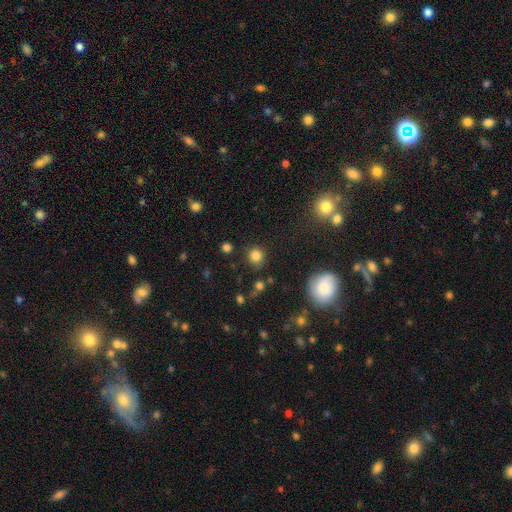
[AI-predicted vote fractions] smooth-or-featured: smooth: 82% | star or artifact: 12% | featured or disk: 5%
  how-rounded: round: 86% | in between: 13% | cigar-shaped: 1%
  merging: none: 83% | minor disturbance: 10% | merger: 4% | major disturbance: 3%